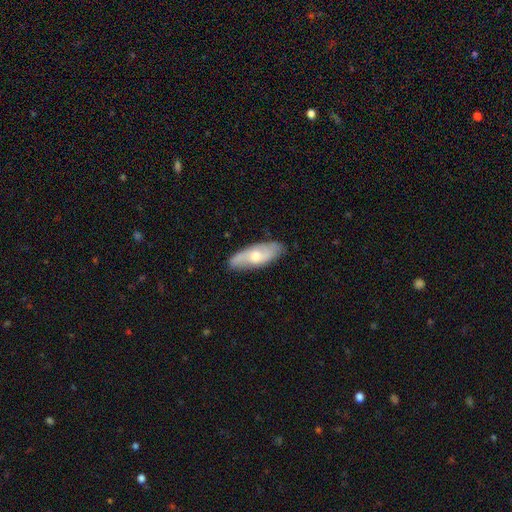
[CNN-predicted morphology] smooth_or_featured: featured or disk (p=0.49) [alt: smooth p=0.45]
merging: none (p=0.81) [alt: minor disturbance p=0.15]